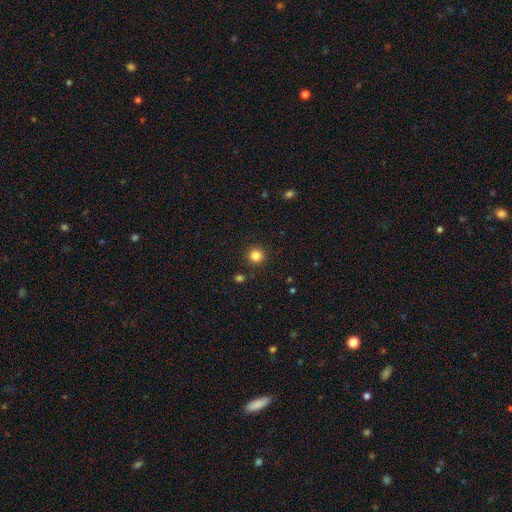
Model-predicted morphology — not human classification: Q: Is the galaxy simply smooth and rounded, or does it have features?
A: smooth — 83%.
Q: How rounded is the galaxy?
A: round — 95%.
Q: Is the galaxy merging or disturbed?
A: none — 90%.